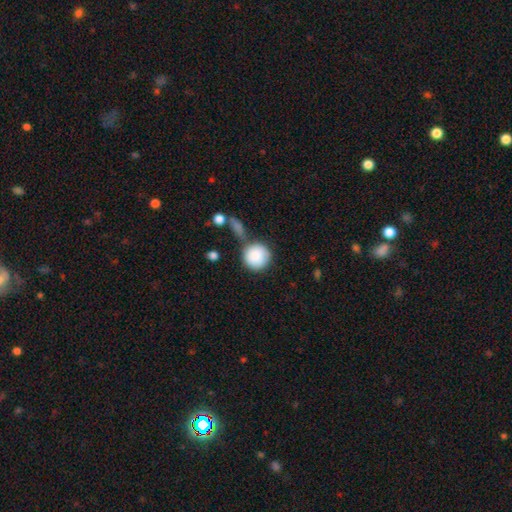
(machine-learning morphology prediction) Smooth or featured? Predicted: smooth (p=0.87). How rounded? Predicted: round (p=0.93). Merging? Predicted: none (p=0.61).